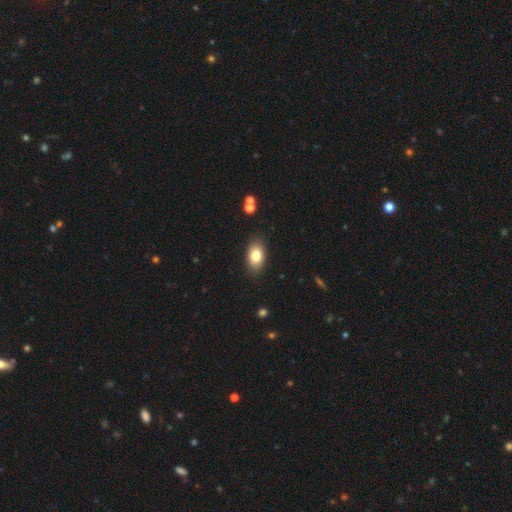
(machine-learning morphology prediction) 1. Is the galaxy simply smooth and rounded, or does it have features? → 80% smooth, 12% featured or disk, 8% star or artifact.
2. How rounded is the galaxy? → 89% in between, 9% round, 3% cigar-shaped.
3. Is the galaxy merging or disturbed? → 87% none, 9% minor disturbance, 2% major disturbance, 1% merger.